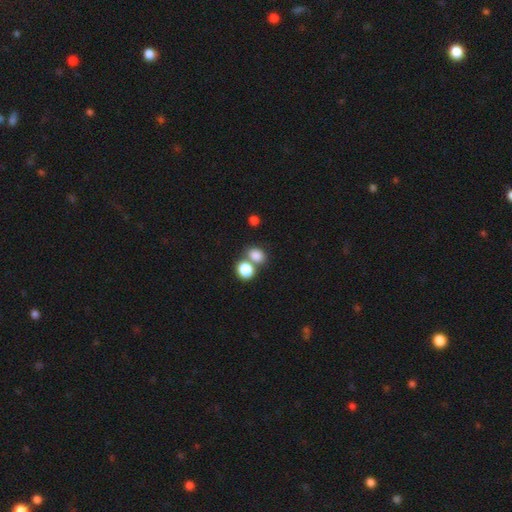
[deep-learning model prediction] This is clearly a smooth galaxy (82%). How rounded: possibly in between (53%). Merging: possibly none (48%).